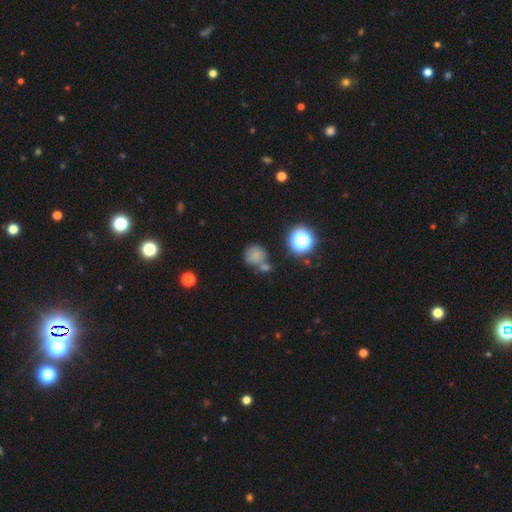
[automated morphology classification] smooth 72%, star or artifact 18%, featured or disk 10%. Down the decision tree: how rounded — round (84%); merging — none (49%).